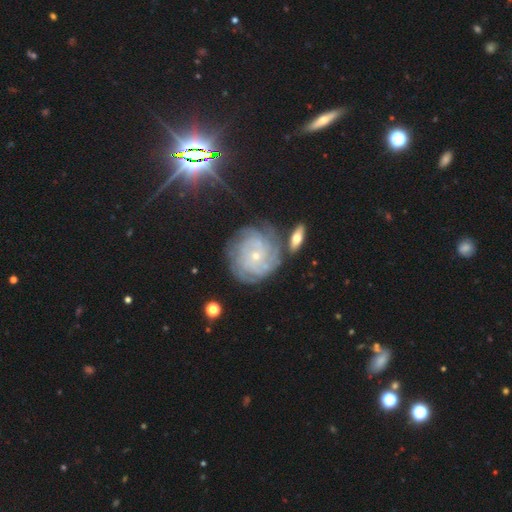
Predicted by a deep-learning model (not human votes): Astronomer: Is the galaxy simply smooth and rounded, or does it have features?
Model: featured or disk — 81%.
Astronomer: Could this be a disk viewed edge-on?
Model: no — 97%.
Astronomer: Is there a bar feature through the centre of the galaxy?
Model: no — 80%.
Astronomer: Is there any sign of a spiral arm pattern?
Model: yes — 94%.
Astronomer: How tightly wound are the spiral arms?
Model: tight — 78%.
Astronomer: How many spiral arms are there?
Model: can't tell — 35% (runner-up: 4, 21%).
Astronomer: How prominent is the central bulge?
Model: small — 82%.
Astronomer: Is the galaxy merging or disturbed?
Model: none — 71%.